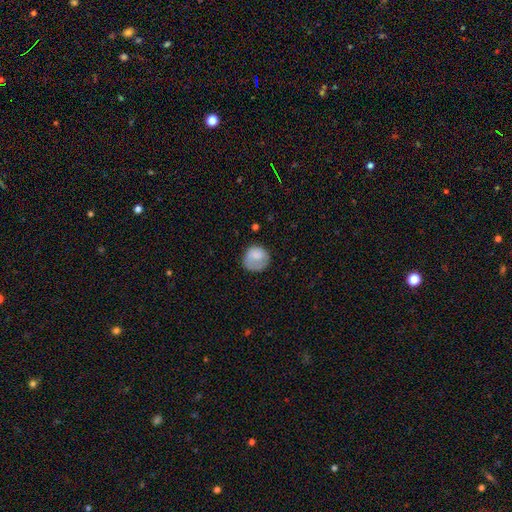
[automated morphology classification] smooth_or_featured: smooth (p=0.76) [alt: featured or disk p=0.16]
how_rounded: round (p=0.81) [alt: in between p=0.18]
merging: none (p=0.59) [alt: minor disturbance p=0.24]